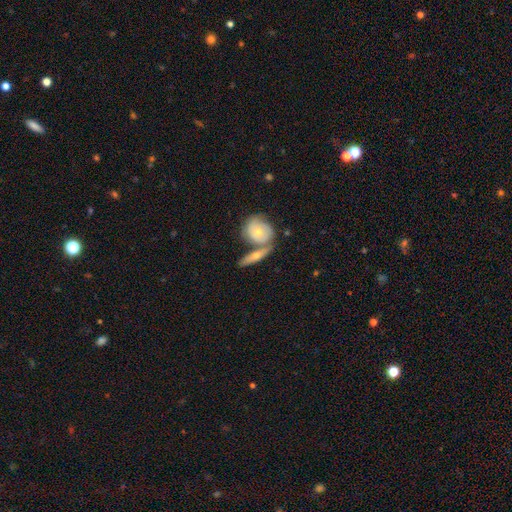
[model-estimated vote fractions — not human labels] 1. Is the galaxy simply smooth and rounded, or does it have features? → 49% featured or disk, 45% smooth, 6% star or artifact.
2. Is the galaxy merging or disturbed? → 51% none, 34% merger, 11% minor disturbance, 4% major disturbance.